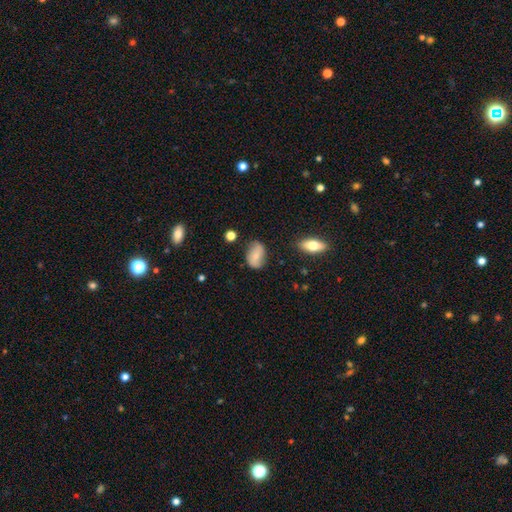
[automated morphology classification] smooth_or_featured: smooth (p=0.62) [alt: featured or disk p=0.29]
how_rounded: in between (p=0.86) [alt: round p=0.11]
merging: none (p=0.68) [alt: minor disturbance p=0.23]